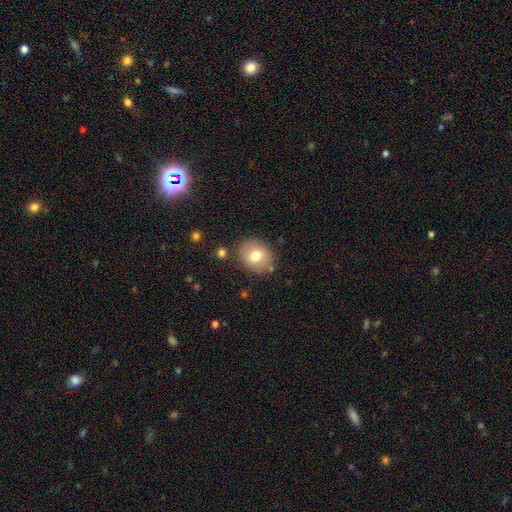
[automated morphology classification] type=smooth (74%); roundness=round (66%); merging=none (82%).